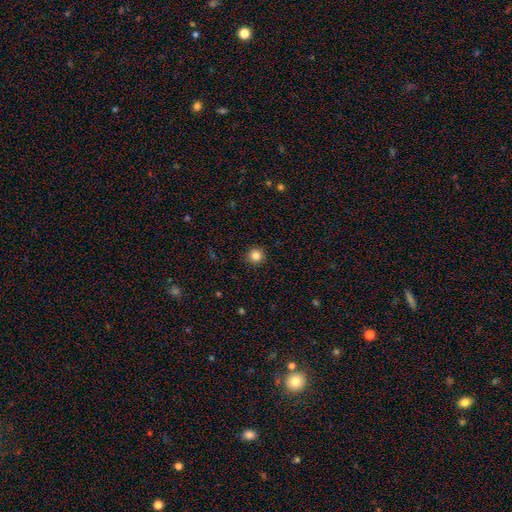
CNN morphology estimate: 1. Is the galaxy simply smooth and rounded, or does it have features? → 84% smooth, 11% star or artifact, 5% featured or disk.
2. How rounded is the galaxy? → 93% round, 6% in between, 1% cigar-shaped.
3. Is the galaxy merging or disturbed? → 92% none, 6% minor disturbance, 2% major disturbance, 1% merger.